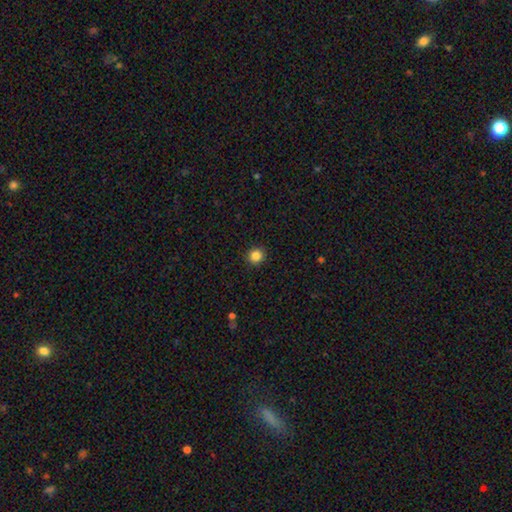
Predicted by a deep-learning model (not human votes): smooth-or-featured: smooth: 85% | star or artifact: 11% | featured or disk: 4%
  how-rounded: round: 92% | in between: 8% | cigar-shaped: 1%
  merging: none: 92% | minor disturbance: 5% | major disturbance: 2% | merger: 1%